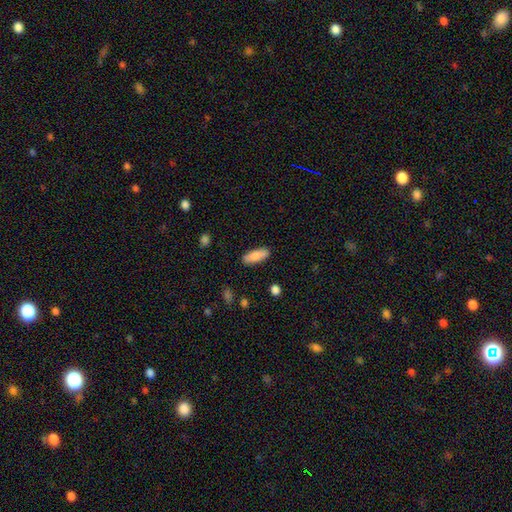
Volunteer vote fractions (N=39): Smooth or featured: smooth — 79% (featured or disk — 13%)
How rounded: in between — 61% (cigar-shaped — 35%)
Merging: none — 86% (minor disturbance — 8%)